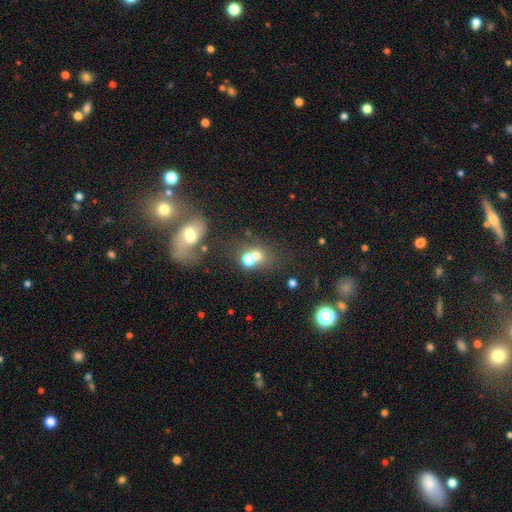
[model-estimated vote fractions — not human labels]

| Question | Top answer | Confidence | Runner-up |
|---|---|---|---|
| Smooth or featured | smooth | 62% | featured or disk (19%) |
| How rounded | round | 67% | in between (31%) |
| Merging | merger | 48% | none (36%) |